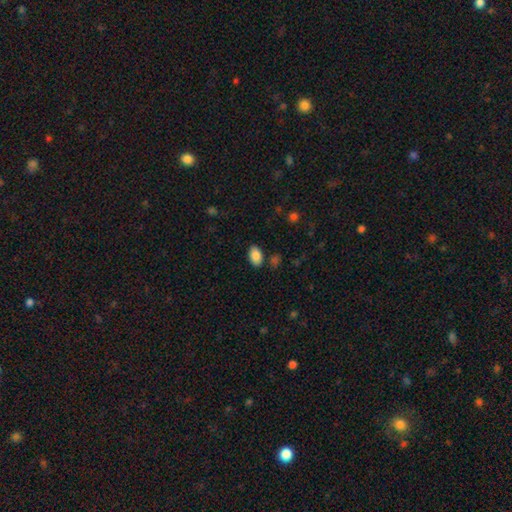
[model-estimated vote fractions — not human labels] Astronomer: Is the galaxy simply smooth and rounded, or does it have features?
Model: smooth — 87%.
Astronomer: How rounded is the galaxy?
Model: in between — 92%.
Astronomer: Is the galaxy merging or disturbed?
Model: none — 82%.